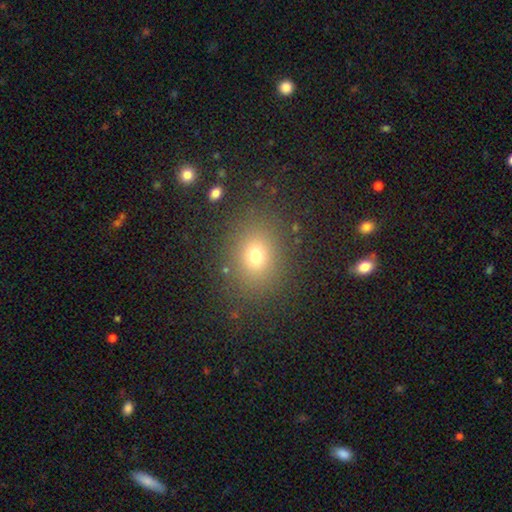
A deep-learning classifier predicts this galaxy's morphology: Q: Smooth or featured?
A: smooth (72%); runner-up: star or artifact (18%)
Q: How rounded?
A: round (60%); runner-up: in between (39%)
Q: Merging?
A: none (85%); runner-up: minor disturbance (9%)